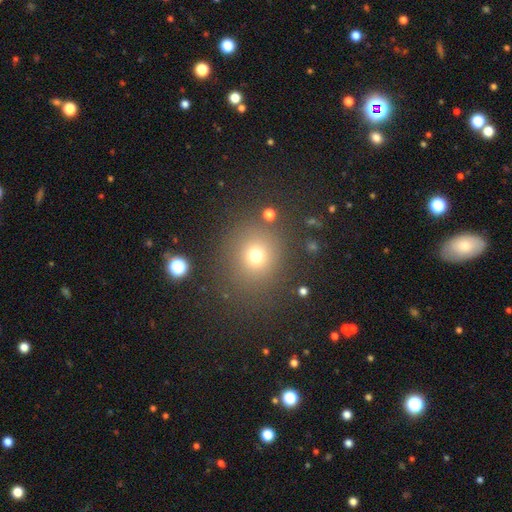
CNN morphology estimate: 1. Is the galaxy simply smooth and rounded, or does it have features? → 71% smooth, 20% star or artifact, 9% featured or disk.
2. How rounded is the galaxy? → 84% round, 15% in between, 1% cigar-shaped.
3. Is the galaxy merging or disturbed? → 81% none, 10% minor disturbance, 5% major disturbance, 4% merger.